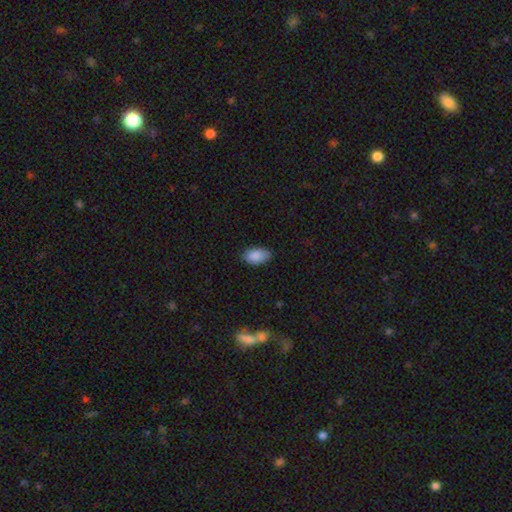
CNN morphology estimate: Smooth or featured: smooth — 89% (star or artifact — 7%)
How rounded: in between — 93% (round — 5%)
Merging: none — 81% (minor disturbance — 15%)